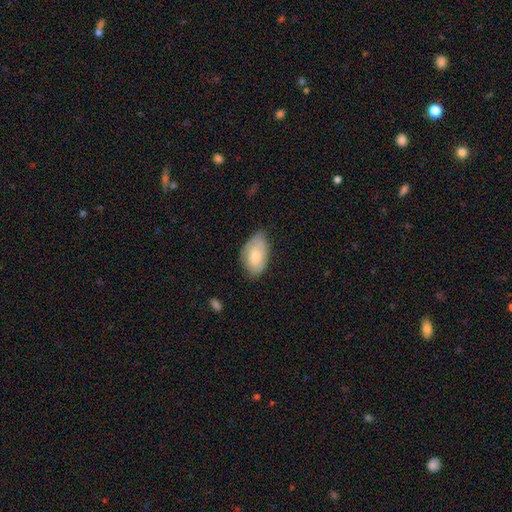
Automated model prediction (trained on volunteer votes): Morphology: type=smooth (72%); roundness=in between (93%); merging=none (62%).